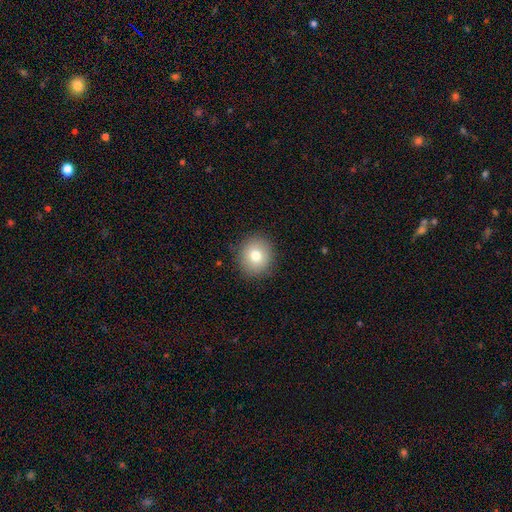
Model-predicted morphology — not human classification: This is likely a smooth galaxy (76%). How rounded: clearly round (87%). Merging: clearly none (89%).